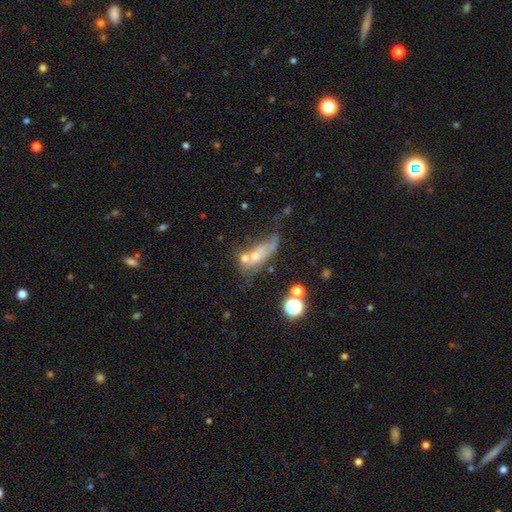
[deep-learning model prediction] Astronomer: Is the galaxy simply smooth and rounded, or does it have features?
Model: featured or disk — 42% (runner-up: smooth, 41%).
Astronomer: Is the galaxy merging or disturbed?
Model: merger — 32% (runner-up: major disturbance, 26%).